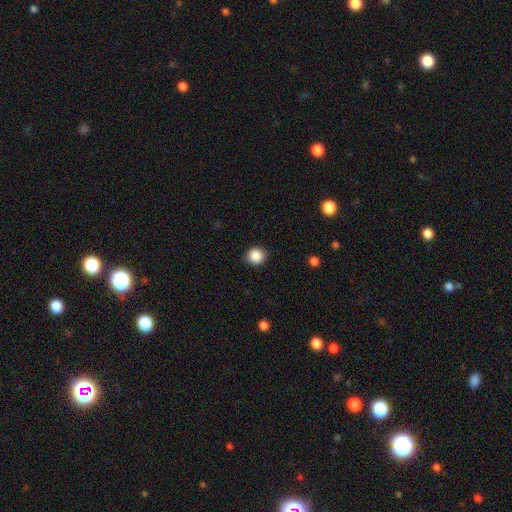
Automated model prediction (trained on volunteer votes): This appears to be a smooth galaxy with no disk features (87%) that is round (88%). Merging: none (89%).